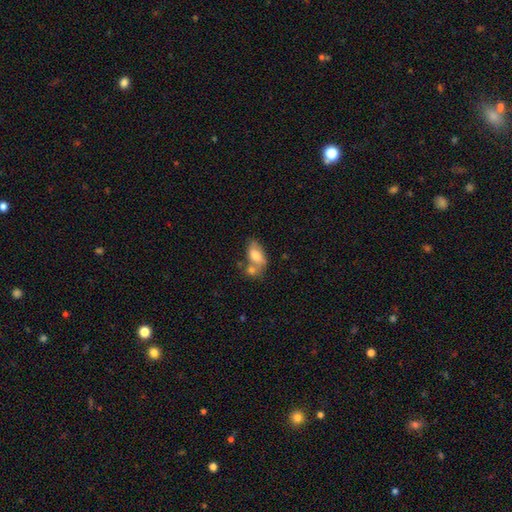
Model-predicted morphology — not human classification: A smooth galaxy with no disk features (68%) that is in between round and cigar-shaped (89%).

Vote fractions:
- Smooth or featured? smooth: 68% / featured or disk: 24% / star or artifact: 8%
- How rounded? in between: 89% / round: 7% / cigar-shaped: 4%
- Merging? merger: 43% / none: 32% / minor disturbance: 16% / major disturbance: 8%